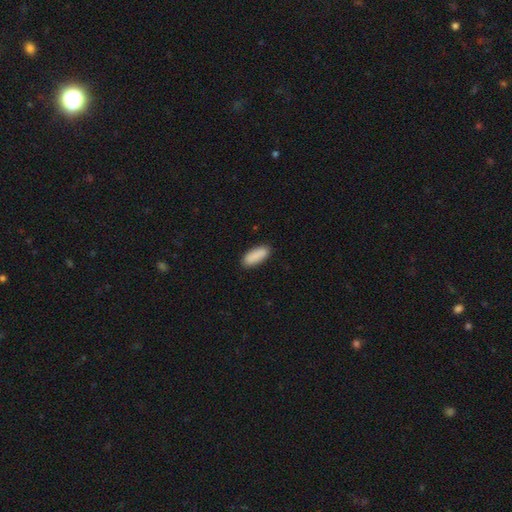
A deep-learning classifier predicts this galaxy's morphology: Overall: smooth (90%). How rounded: in between (79%). Merging: none (88%).